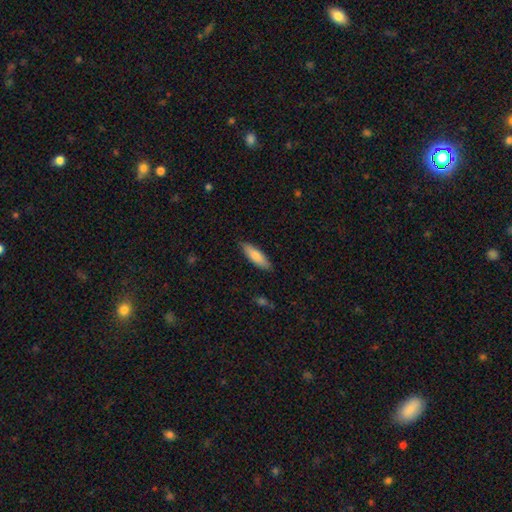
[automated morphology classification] This is clearly a smooth galaxy (81%). How rounded: possibly cigar-shaped (54%). Merging: clearly none (87%).